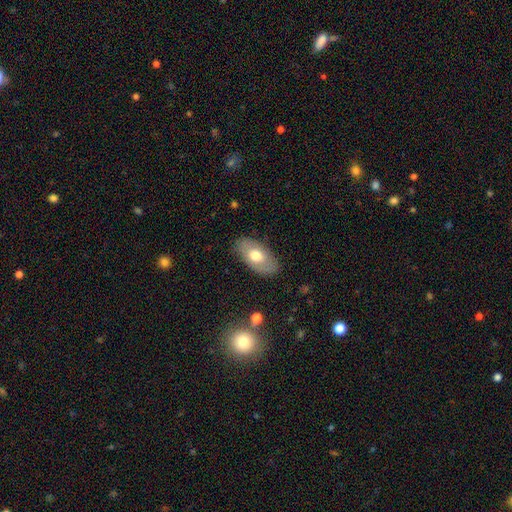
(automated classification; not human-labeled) Smooth or featured? Predicted: smooth (p=0.62). How rounded? Predicted: in between (p=0.94). Merging? Predicted: none (p=0.83).